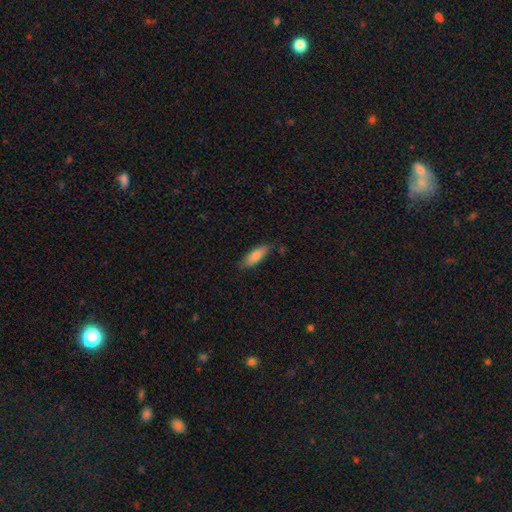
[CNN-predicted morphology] Q: Smooth or featured?
A: smooth (79%); runner-up: featured or disk (15%)
Q: How rounded?
A: in between (50%); runner-up: cigar-shaped (48%)
Q: Merging?
A: none (82%); runner-up: minor disturbance (14%)